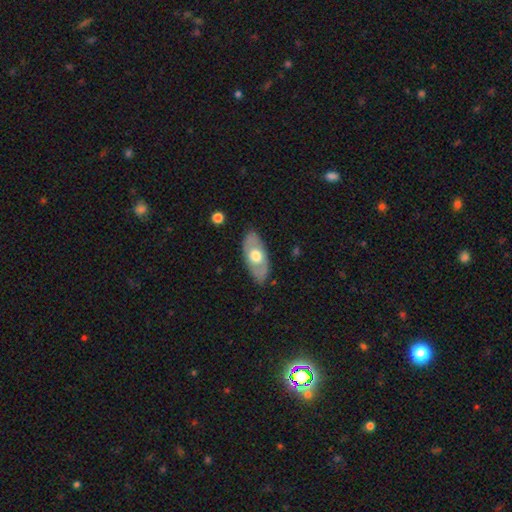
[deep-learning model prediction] A smooth galaxy with no disk features (48%). Merging: none (82%).